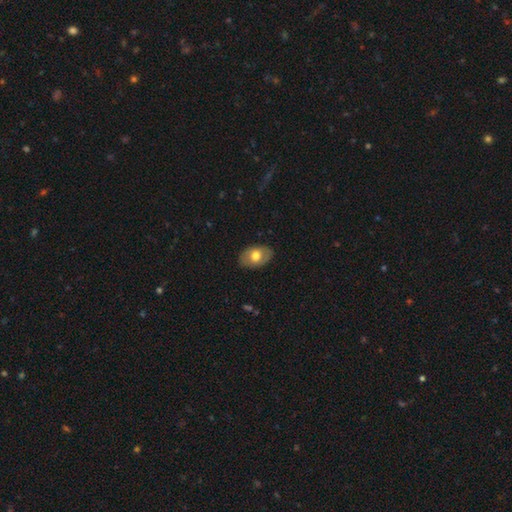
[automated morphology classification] Smooth or featured?
  - smooth: 62% *
  - featured or disk: 32%
  - star or artifact: 6%
How rounded?
  - in between: 84% *
  - round: 15%
  - cigar-shaped: 1%
Merging?
  - none: 83% *
  - minor disturbance: 13%
  - major disturbance: 3%
  - merger: 1%